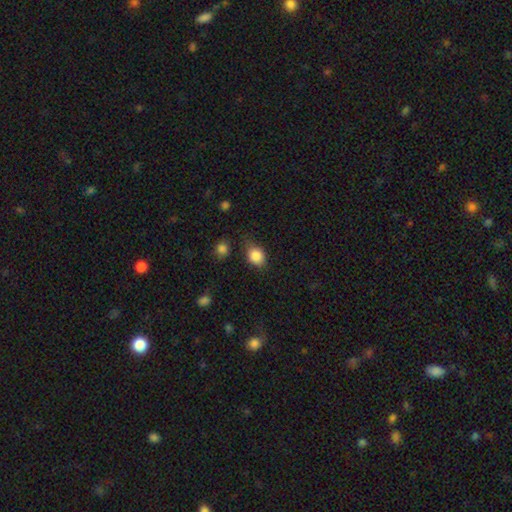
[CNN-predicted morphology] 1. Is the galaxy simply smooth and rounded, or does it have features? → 86% smooth, 9% star or artifact, 5% featured or disk.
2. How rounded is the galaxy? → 51% round, 47% in between, 1% cigar-shaped.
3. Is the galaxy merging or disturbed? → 64% none, 25% minor disturbance, 7% major disturbance, 4% merger.